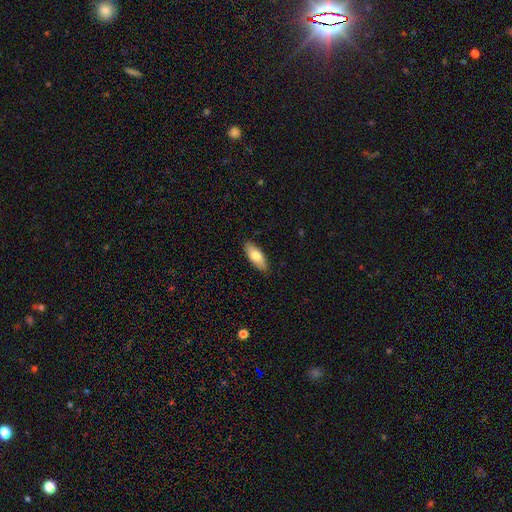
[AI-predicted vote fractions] smooth-or-featured: smooth: 76% | featured or disk: 19% | star or artifact: 6%
  how-rounded: in between: 77% | cigar-shaped: 20% | round: 2%
  merging: none: 87% | minor disturbance: 10% | major disturbance: 2% | merger: 1%